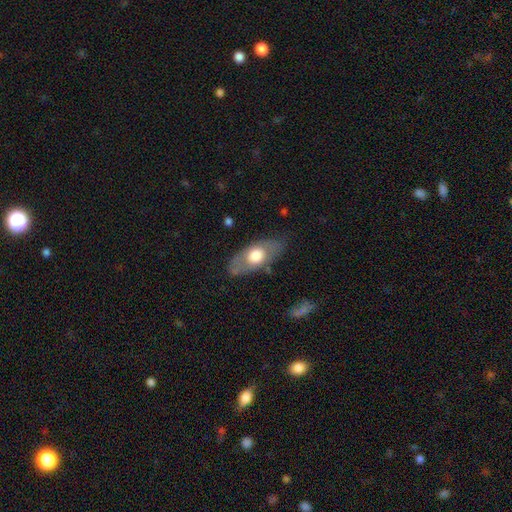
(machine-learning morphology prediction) Smooth or featured: smooth — 55% (featured or disk — 39%)
How rounded: in between — 84% (cigar-shaped — 10%)
Merging: none — 73% (minor disturbance — 19%)